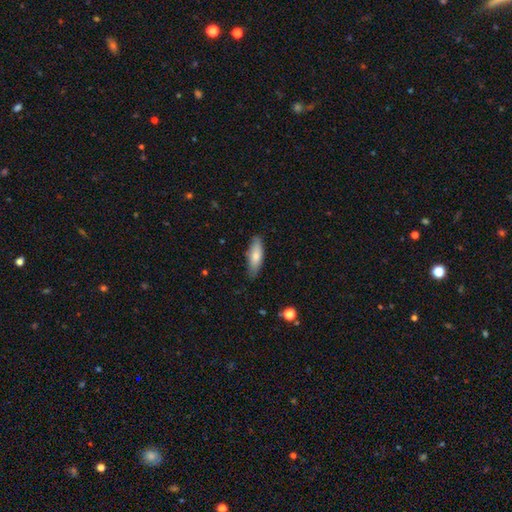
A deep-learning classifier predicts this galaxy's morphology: A smooth galaxy with no disk features (75%) that is in between round and cigar-shaped (58%). Merging: none (80%).